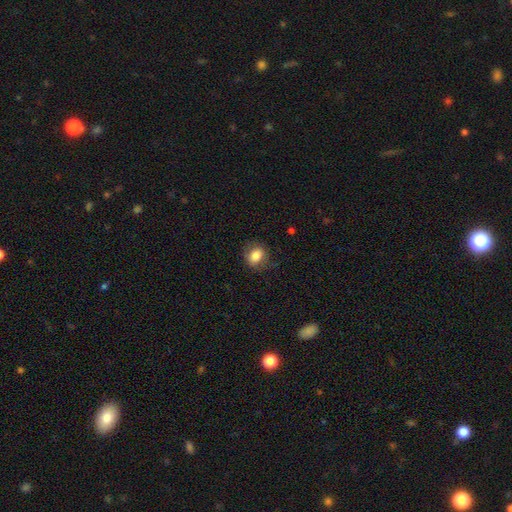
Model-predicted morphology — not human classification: Overall: smooth (79%). How rounded: in between (50%; round 49%). Merging: none (74%).